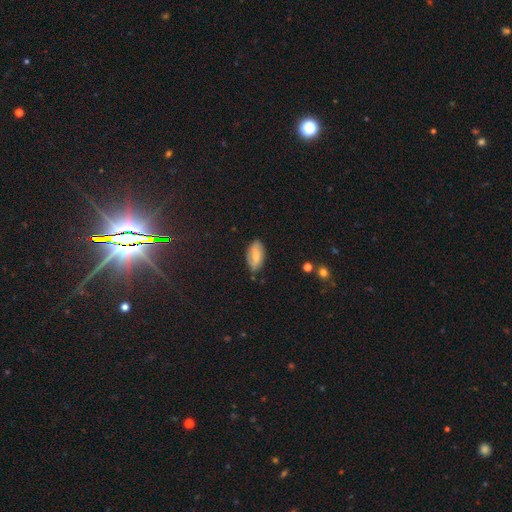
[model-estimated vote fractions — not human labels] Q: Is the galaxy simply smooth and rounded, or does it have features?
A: smooth — 70%.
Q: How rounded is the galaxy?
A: in between — 92%.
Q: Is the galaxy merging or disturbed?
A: none — 75%.